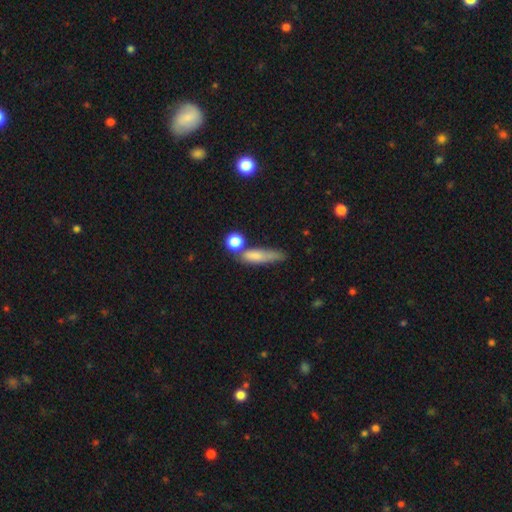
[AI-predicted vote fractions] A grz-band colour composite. It shows a smooth galaxy with no disk features (72%) that is cigar-shaped (60%). Merging: none (45%).